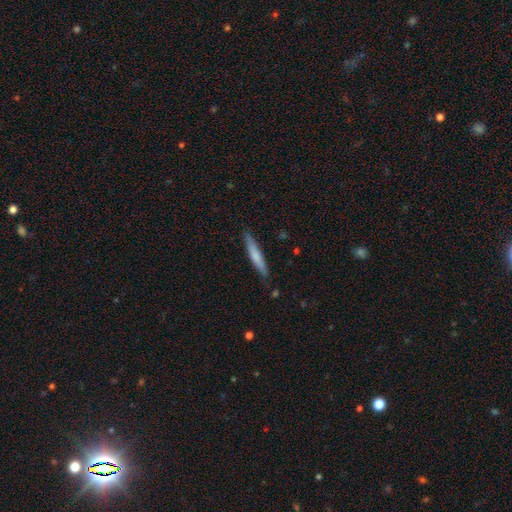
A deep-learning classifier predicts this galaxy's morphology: Smooth or featured? smooth (67%)
How rounded? cigar-shaped (93%)
Merging? none (85%)